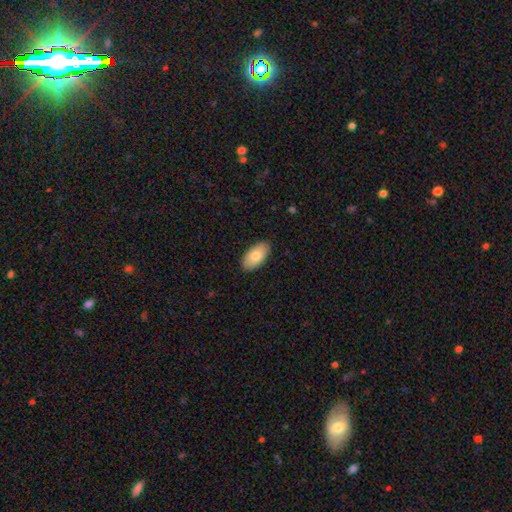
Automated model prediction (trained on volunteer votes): Smooth or featured? Predicted: smooth (p=0.80). How rounded? Predicted: in between (p=0.95). Merging? Predicted: none (p=0.89).